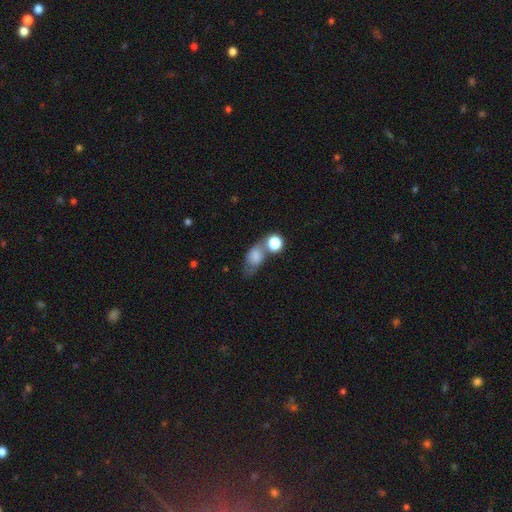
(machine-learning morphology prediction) smooth 73%, featured or disk 17%, star or artifact 10%. Down the decision tree: how rounded — in between (71%); merging — merger (36%).